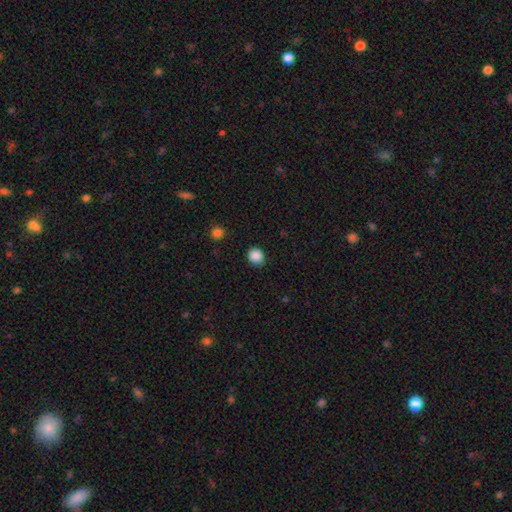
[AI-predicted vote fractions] Smooth or featured? Predicted: smooth (p=0.87). How rounded? Predicted: round (p=0.80). Merging? Predicted: none (p=0.88).